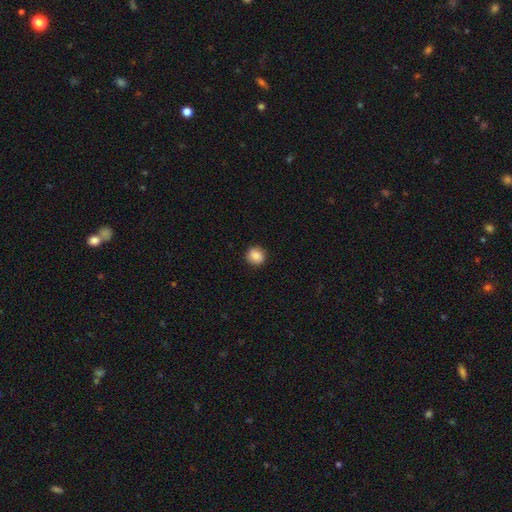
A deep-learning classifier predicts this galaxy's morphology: Smooth or featured?
  - smooth: 88% *
  - star or artifact: 8%
  - featured or disk: 4%
How rounded?
  - round: 88% *
  - in between: 11%
  - cigar-shaped: 1%
Merging?
  - none: 90% *
  - minor disturbance: 7%
  - major disturbance: 2%
  - merger: 1%